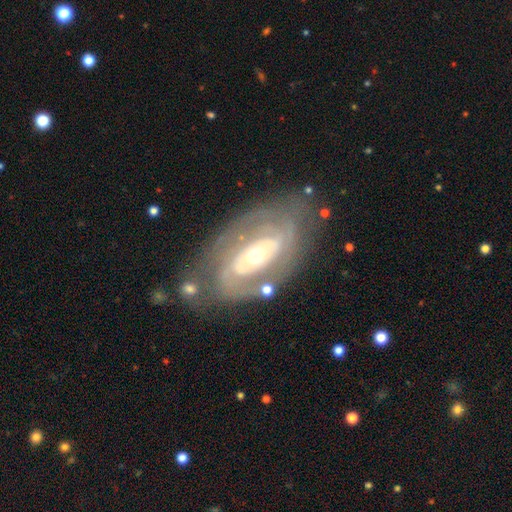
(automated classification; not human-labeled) smooth_or_featured: featured or disk (p=0.84) [alt: smooth p=0.11]
disk_edge_on: no (p=0.93) [alt: yes p=0.07]
bar: no (p=0.47) [alt: weak p=0.31]
has_spiral_arms: yes (p=0.84) [alt: no p=0.16]
spiral_winding: tight (p=0.61) [alt: medium p=0.29]
spiral_arm_count: 2 (p=0.53) [alt: can't tell p=0.28]
bulge_size: small (p=0.48) [alt: moderate p=0.47]
merging: none (p=0.72) [alt: minor disturbance p=0.17]